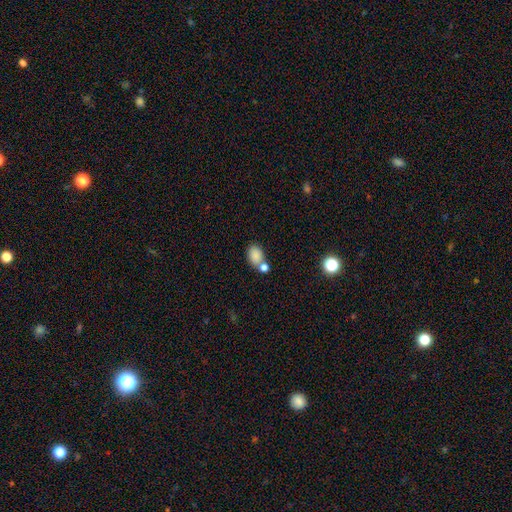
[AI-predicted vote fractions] This appears to be a smooth galaxy with no disk features (84%) that is in between round and cigar-shaped (74%). Merging: none (51%).